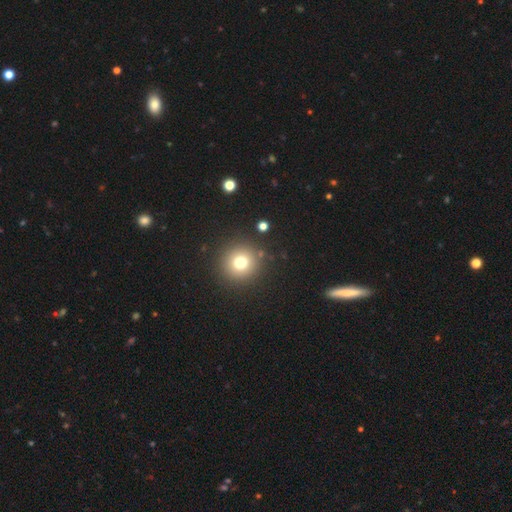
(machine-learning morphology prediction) A smooth galaxy with no disk features (55%) that is round (91%).

Vote fractions:
- Smooth or featured? smooth: 55% / star or artifact: 34% / featured or disk: 10%
- How rounded? round: 91% / in between: 7% / cigar-shaped: 2%
- Merging? none: 89% / minor disturbance: 6% / merger: 3% / major disturbance: 2%